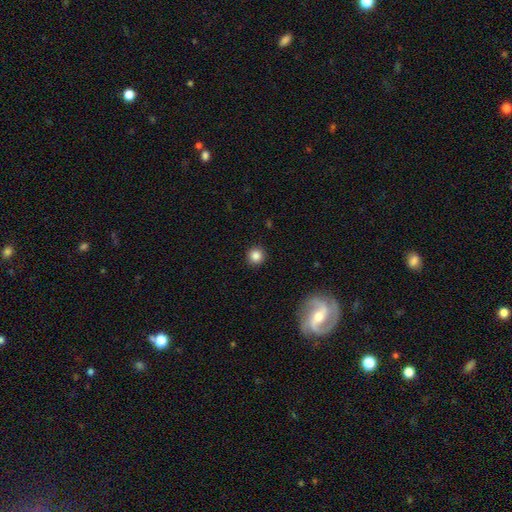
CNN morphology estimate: type=smooth (85%); roundness=round (94%); merging=none (92%).